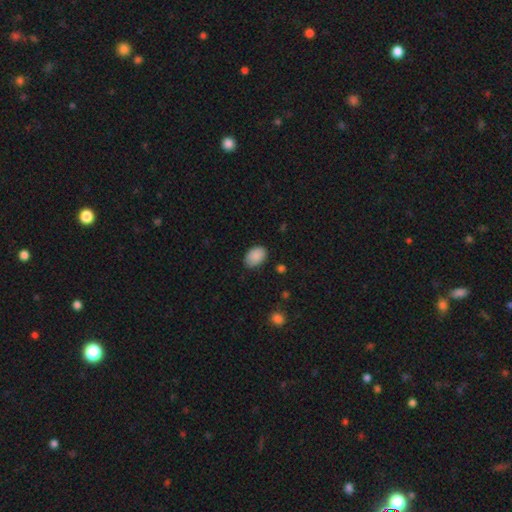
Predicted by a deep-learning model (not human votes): Smooth or featured? Predicted: smooth (p=0.89). How rounded? Predicted: in between (p=0.86). Merging? Predicted: none (p=0.82).